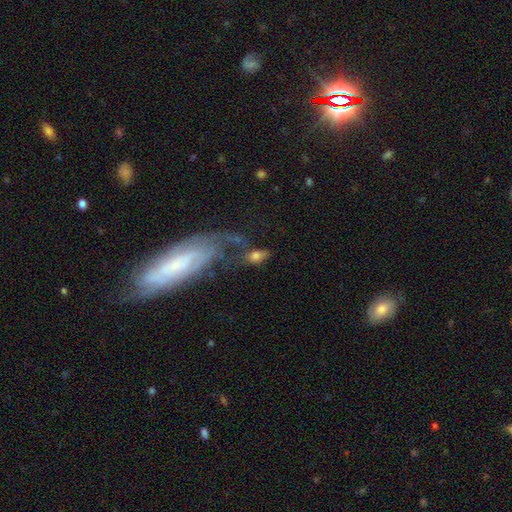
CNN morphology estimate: type=smooth (57%); roundness=in between (75%); merging=none (37%).